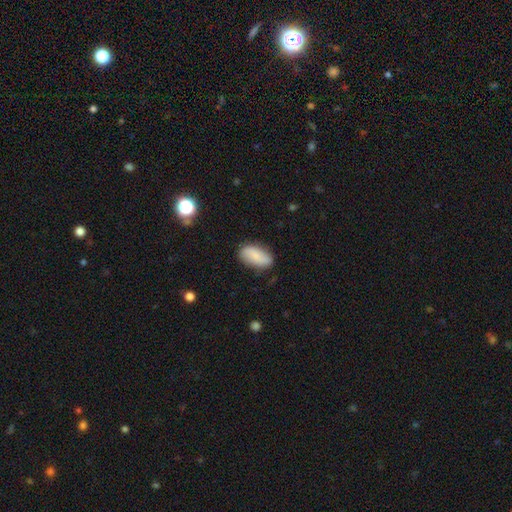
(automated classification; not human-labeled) A smooth galaxy with no disk features (78%) that is in between round and cigar-shaped (91%).

Vote fractions:
- Smooth or featured? smooth: 78% / featured or disk: 15% / star or artifact: 7%
- How rounded? in between: 91% / cigar-shaped: 5% / round: 3%
- Merging? none: 79% / minor disturbance: 16% / major disturbance: 4% / merger: 2%